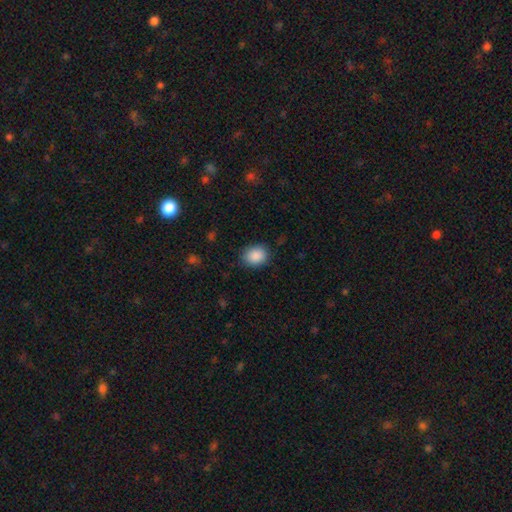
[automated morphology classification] Smooth or featured? smooth (89%)
How rounded? in between (54%)
Merging? none (84%)